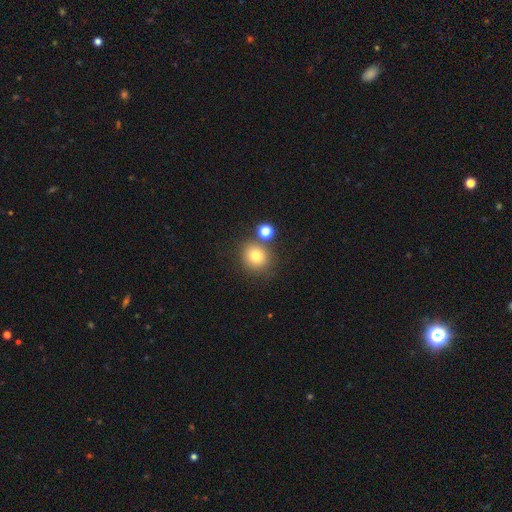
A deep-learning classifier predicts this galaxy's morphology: This appears to be a smooth galaxy with no disk features (77%) that is round (85%). Merging: none (73%).